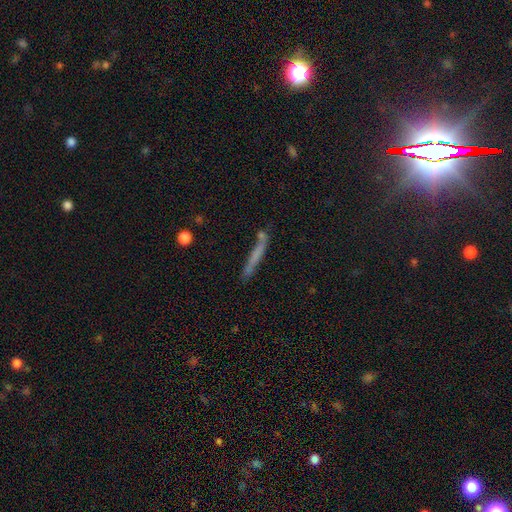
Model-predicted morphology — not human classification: smooth-or-featured: smooth: 59% | featured or disk: 32% | star or artifact: 9%
  how-rounded: cigar-shaped: 95% | in between: 3% | round: 2%
  merging: none: 71% | minor disturbance: 16% | merger: 8% | major disturbance: 5%